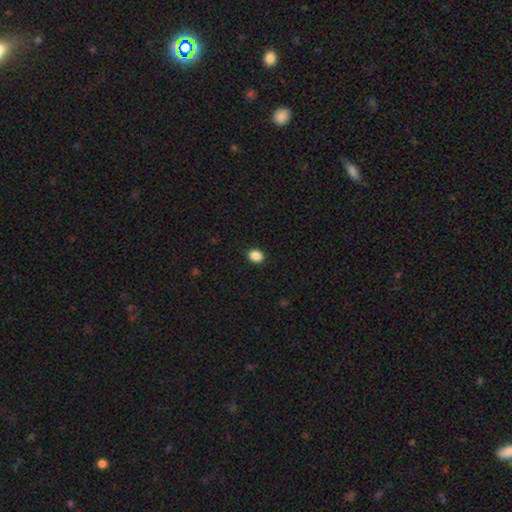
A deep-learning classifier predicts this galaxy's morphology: type=smooth (88%); roundness=round (55%); merging=none (91%).